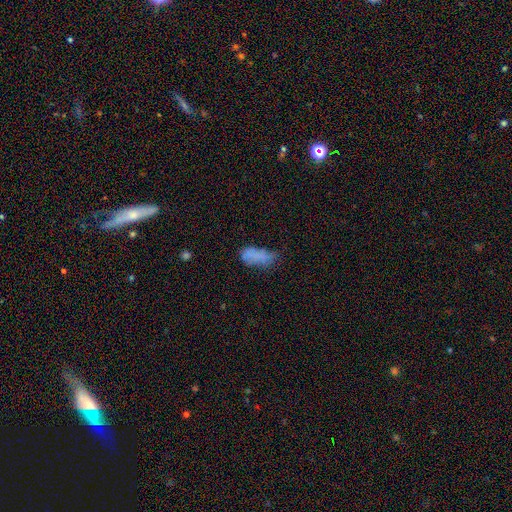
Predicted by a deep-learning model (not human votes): Smooth or featured?
  - smooth: 68% *
  - featured or disk: 19%
  - star or artifact: 13%
How rounded?
  - in between: 81% *
  - cigar-shaped: 16%
  - round: 3%
Merging?
  - none: 38% *
  - minor disturbance: 33%
  - major disturbance: 23%
  - merger: 6%